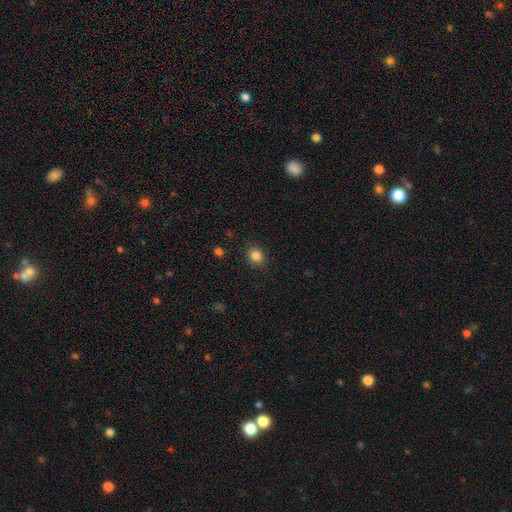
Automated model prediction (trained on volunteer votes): Smooth or featured?
  - smooth: 85% *
  - star or artifact: 10%
  - featured or disk: 4%
How rounded?
  - round: 68% *
  - in between: 31%
  - cigar-shaped: 1%
Merging?
  - none: 87% *
  - minor disturbance: 9%
  - major disturbance: 3%
  - merger: 1%